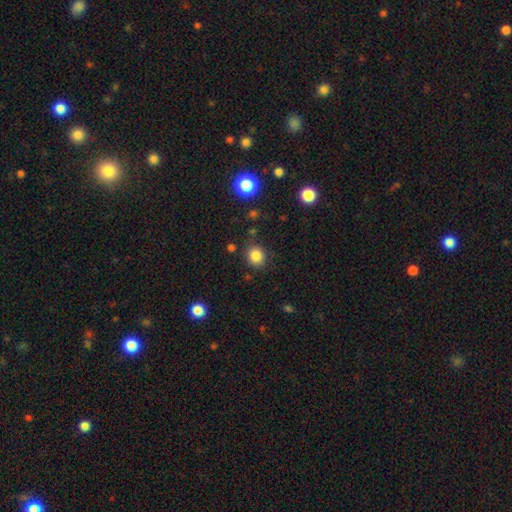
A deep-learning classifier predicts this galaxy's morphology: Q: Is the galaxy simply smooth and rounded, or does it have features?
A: smooth — 84%.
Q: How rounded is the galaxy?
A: round — 84%.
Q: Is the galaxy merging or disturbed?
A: none — 85%.